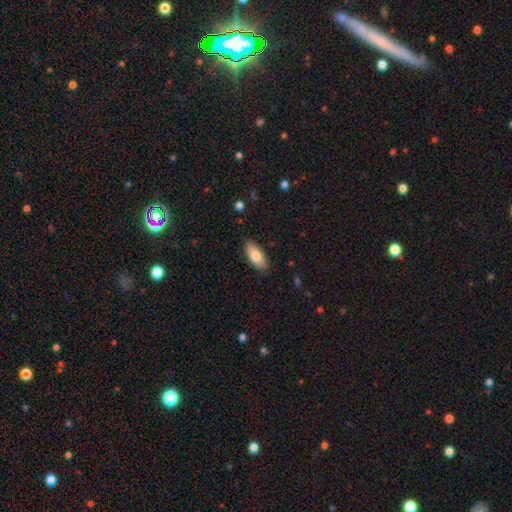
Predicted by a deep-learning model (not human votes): This appears to be a smooth galaxy with no disk features (76%) that is in between round and cigar-shaped (87%). Merging: none (87%).